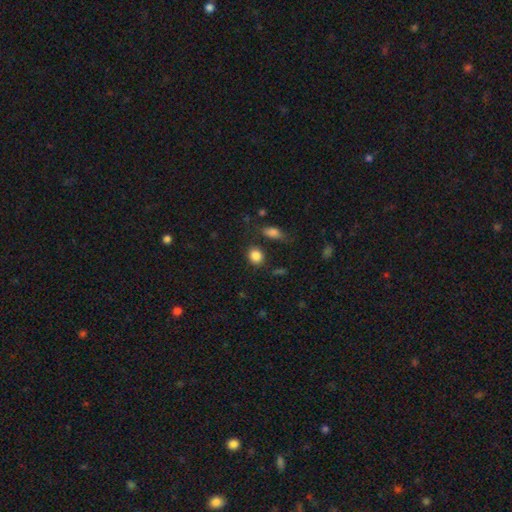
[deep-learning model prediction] Morphology: type=smooth (86%); roundness=round (66%); merging=none (80%).